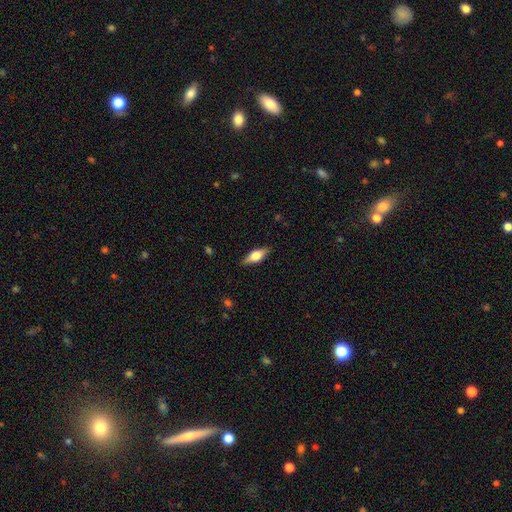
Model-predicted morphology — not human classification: Overall: smooth (52%; featured or disk 41%). How rounded: in between (64%; cigar-shaped 33%). Merging: none (87%).